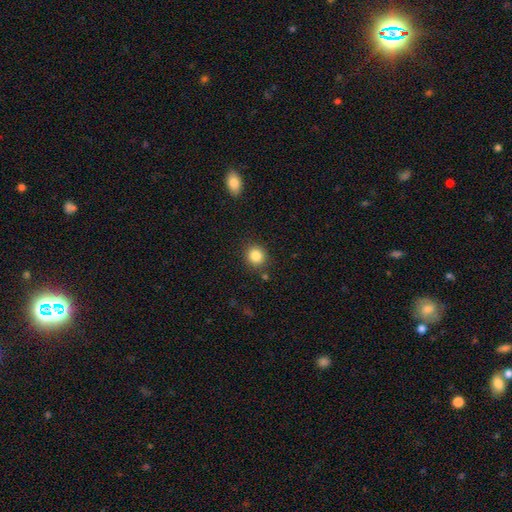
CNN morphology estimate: smooth_or_featured: smooth (p=0.85) [alt: star or artifact p=0.10]
how_rounded: round (p=0.86) [alt: in between p=0.13]
merging: none (p=0.87) [alt: minor disturbance p=0.08]